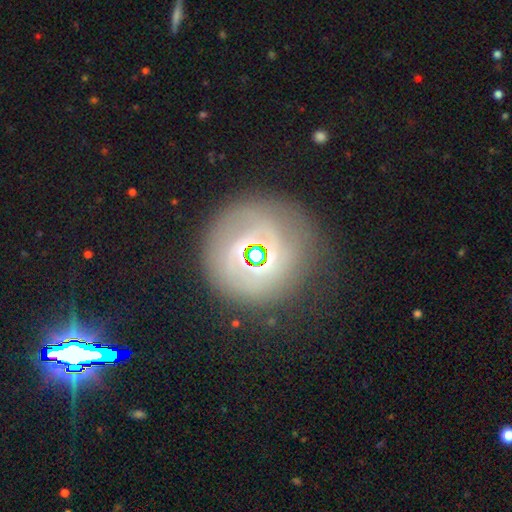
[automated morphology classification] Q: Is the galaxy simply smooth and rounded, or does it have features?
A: featured or disk — 49%.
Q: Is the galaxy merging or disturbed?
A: none — 74%.